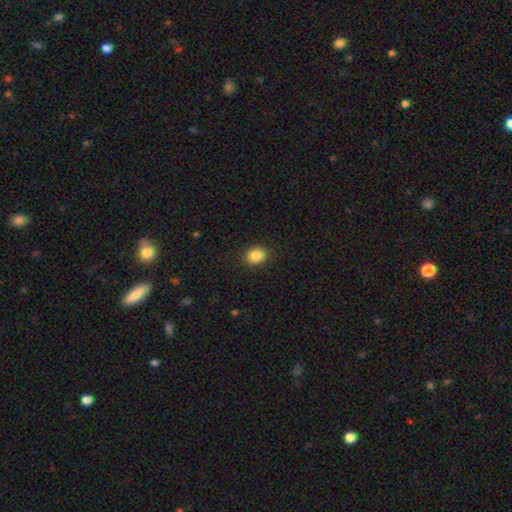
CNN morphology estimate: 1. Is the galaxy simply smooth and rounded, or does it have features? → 86% smooth, 10% star or artifact, 4% featured or disk.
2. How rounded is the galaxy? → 66% round, 34% in between, 1% cigar-shaped.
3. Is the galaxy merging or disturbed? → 89% none, 8% minor disturbance, 2% major disturbance, 1% merger.